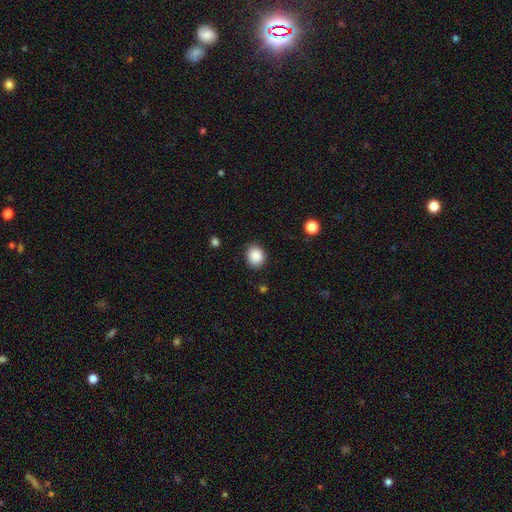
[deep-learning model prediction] smooth_or_featured: smooth (p=0.88) [alt: star or artifact p=0.09]
how_rounded: round (p=0.70) [alt: in between p=0.29]
merging: none (p=0.86) [alt: minor disturbance p=0.10]